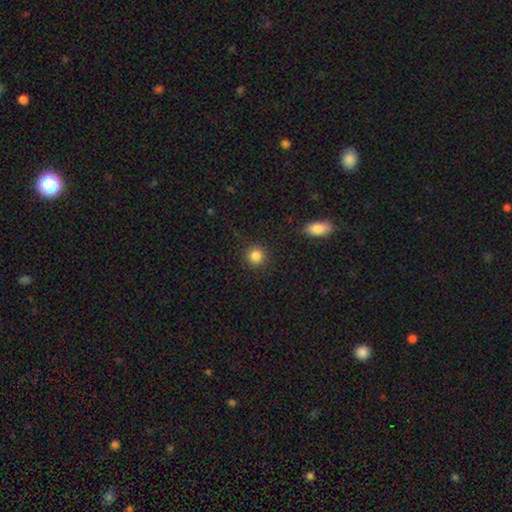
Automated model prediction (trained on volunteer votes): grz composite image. It shows a smooth galaxy with no disk features (86%) that is round (92%). Merging: none (90%).